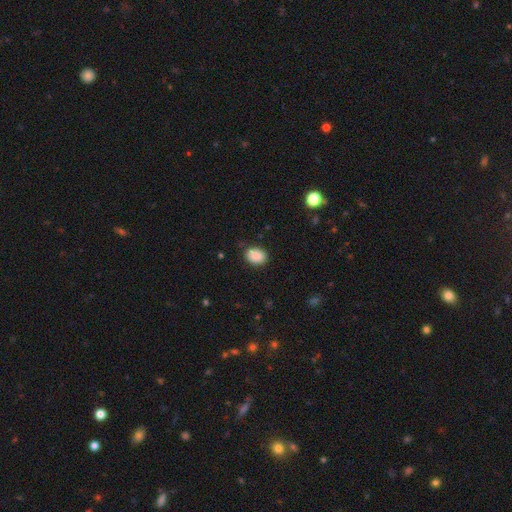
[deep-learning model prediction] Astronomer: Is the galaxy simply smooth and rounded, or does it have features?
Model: smooth — 89%.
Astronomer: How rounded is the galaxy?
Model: in between — 70%.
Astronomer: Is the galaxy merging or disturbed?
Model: none — 85%.